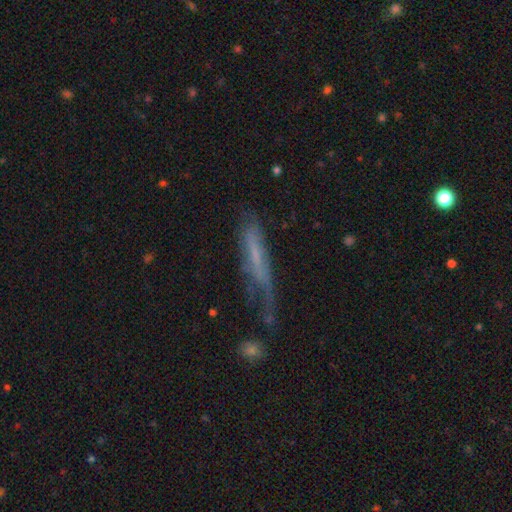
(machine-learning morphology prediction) smooth-or-featured: featured or disk: 47% | smooth: 42% | star or artifact: 11%
  merging: none: 40% | minor disturbance: 27% | major disturbance: 26% | merger: 7%